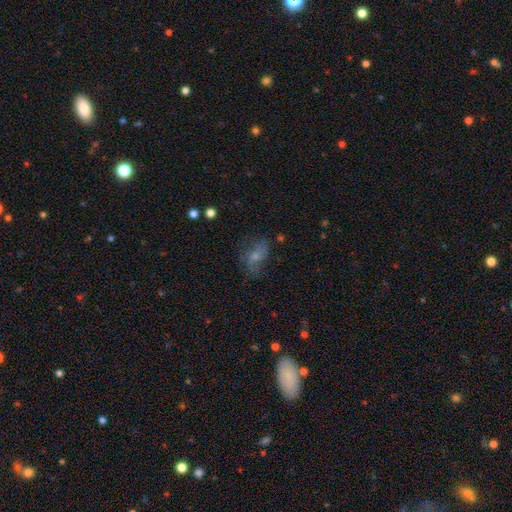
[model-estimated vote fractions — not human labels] Smooth or featured?
  - smooth: 54% *
  - featured or disk: 32%
  - star or artifact: 13%
How rounded?
  - in between: 79% *
  - round: 18%
  - cigar-shaped: 3%
Merging?
  - none: 52% *
  - minor disturbance: 25%
  - major disturbance: 21%
  - merger: 3%